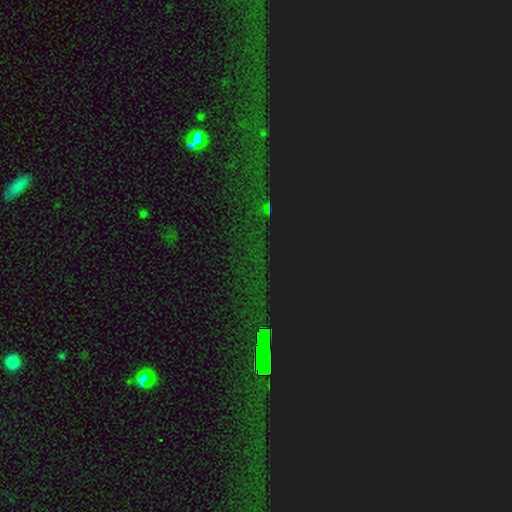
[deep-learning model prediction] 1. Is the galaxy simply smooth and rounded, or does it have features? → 81% star or artifact, 10% featured or disk, 9% smooth.